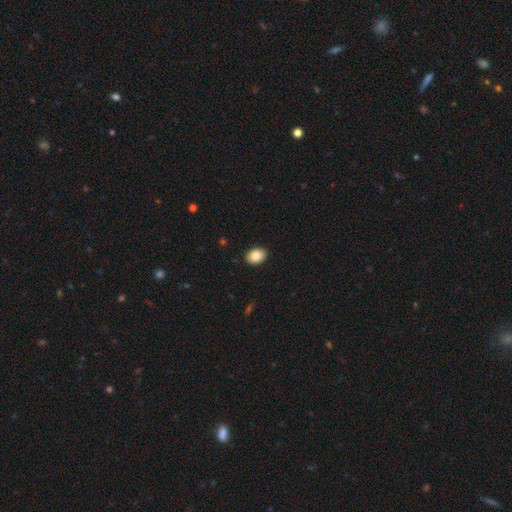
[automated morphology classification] smooth 86%, star or artifact 8%, featured or disk 6%. Down the decision tree: how rounded — in between (75%); merging — none (91%).